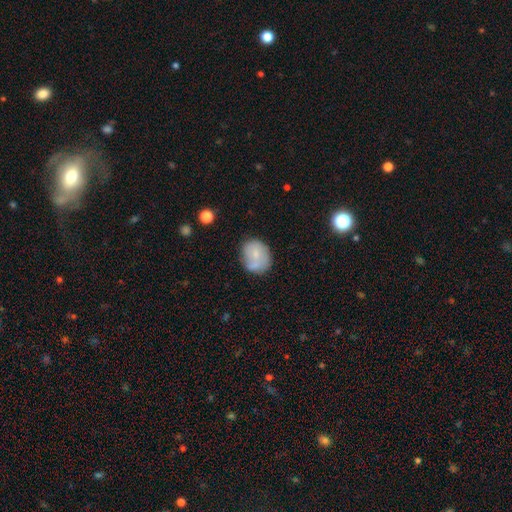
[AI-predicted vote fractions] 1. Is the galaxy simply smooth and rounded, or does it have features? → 69% smooth, 22% featured or disk, 8% star or artifact.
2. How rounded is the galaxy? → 57% round, 42% in between, 1% cigar-shaped.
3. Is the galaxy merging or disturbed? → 58% none, 23% minor disturbance, 12% merger, 7% major disturbance.